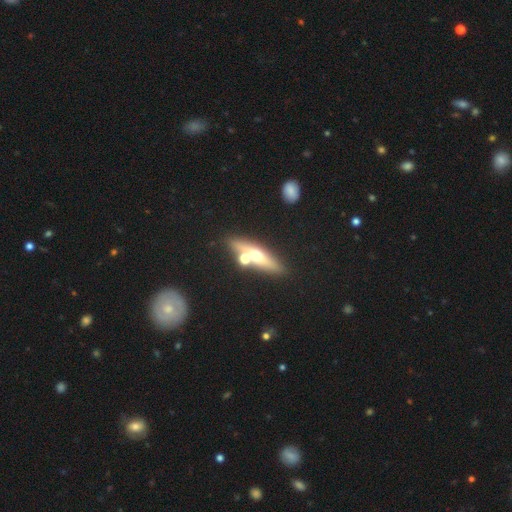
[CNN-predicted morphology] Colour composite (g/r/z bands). It shows a featured or disk galaxy (49%). Merging: none (69%).